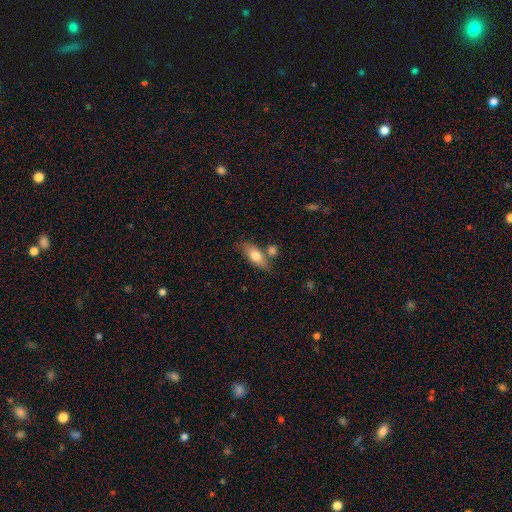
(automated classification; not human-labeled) smooth-or-featured: smooth: 71% | featured or disk: 22% | star or artifact: 7%
  how-rounded: in between: 68% | cigar-shaped: 28% | round: 4%
  merging: none: 63% | merger: 17% | minor disturbance: 16% | major disturbance: 5%